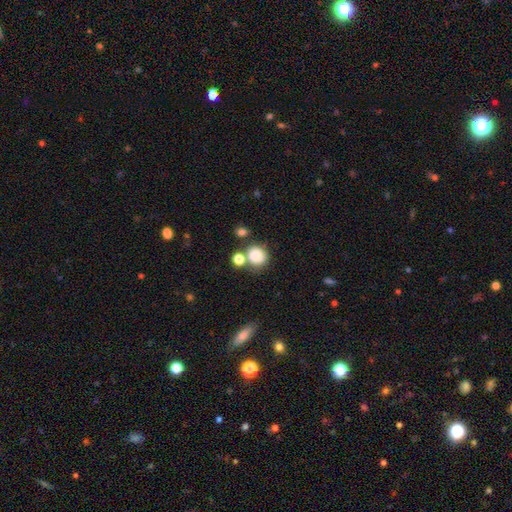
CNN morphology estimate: smooth_or_featured: smooth (p=0.83) [alt: star or artifact p=0.10]
how_rounded: round (p=0.82) [alt: in between p=0.17]
merging: none (p=0.59) [alt: merger p=0.24]